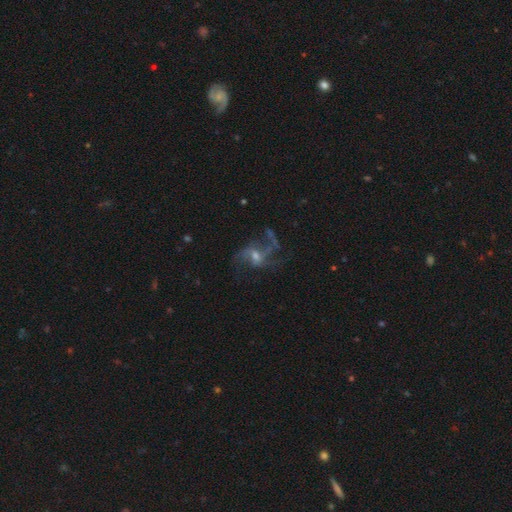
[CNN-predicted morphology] Smooth or featured? featured or disk (76%)
Edge-on disk? no (97%)
Bar? no (45%)
Spiral arms? yes (85%)
Spiral winding? loose (71%)
Spiral arm count? 2 (44%)
Bulge size? moderate (46%)
Merging? none (48%)